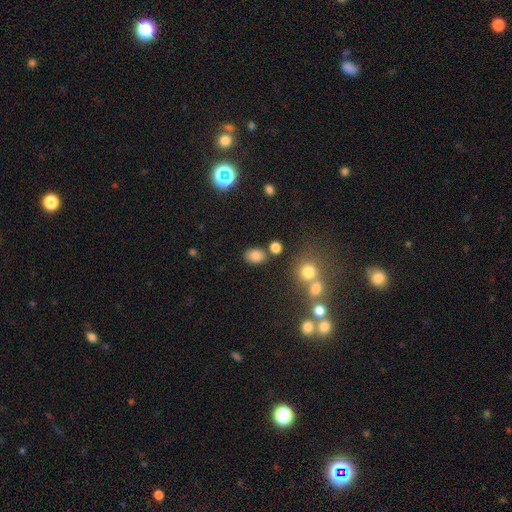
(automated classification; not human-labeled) Smooth or featured? smooth (81%)
How rounded? in between (69%)
Merging? none (76%)